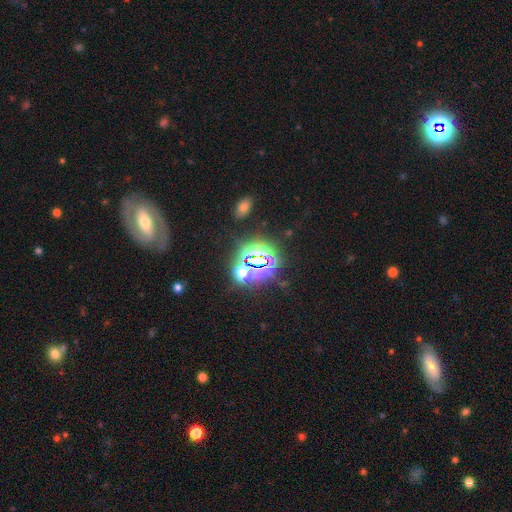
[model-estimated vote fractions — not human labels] Q: Smooth or featured?
A: star or artifact (73%); runner-up: smooth (15%)